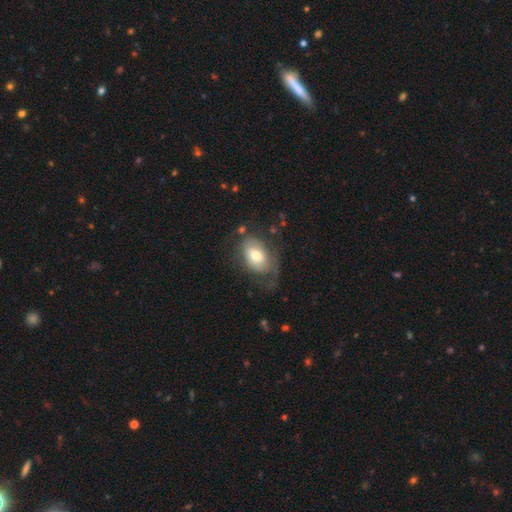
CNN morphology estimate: This appears to be a smooth galaxy with no disk features (57%) that is in between round and cigar-shaped (85%). Merging: none (42%).